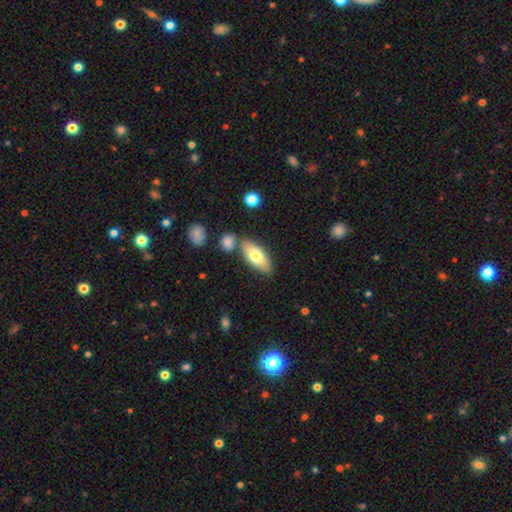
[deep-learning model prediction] Overall: smooth (74%). How rounded: in between (83%). Merging: none (74%).